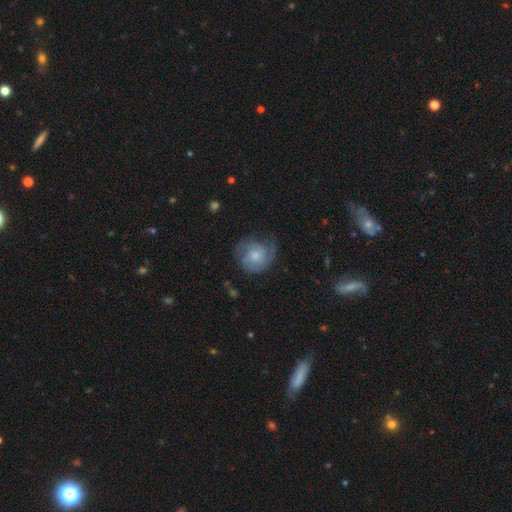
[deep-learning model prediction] Smooth or featured? Predicted: featured or disk (p=0.47). Merging? Predicted: none (p=0.53).